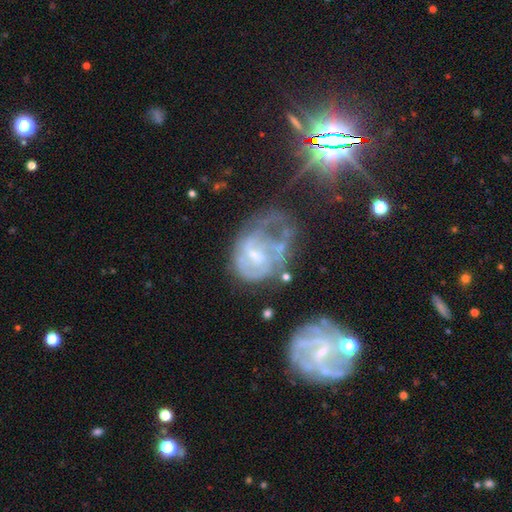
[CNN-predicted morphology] Smooth or featured: featured or disk — 69% (smooth — 20%)
Edge-on disk: no — 97% (yes — 3%)
Bar: no — 47% (weak — 43%)
Spiral arms: yes — 58% (no — 42%)
Bulge size: small — 46% (moderate — 36%)
Merging: major disturbance — 41% (none — 25%)